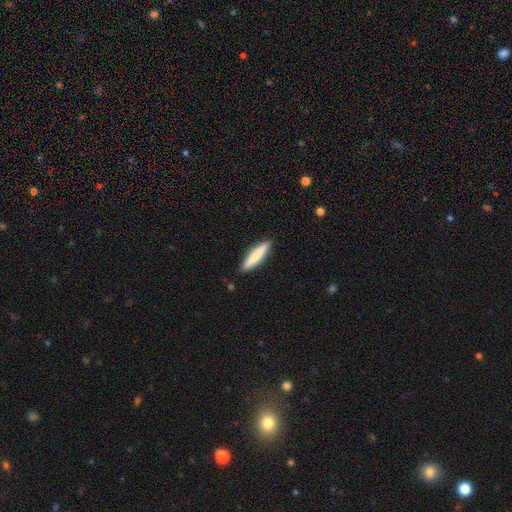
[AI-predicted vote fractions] smooth 78%, featured or disk 17%, star or artifact 5%. Down the decision tree: how rounded — cigar-shaped (86%); merging — none (90%).